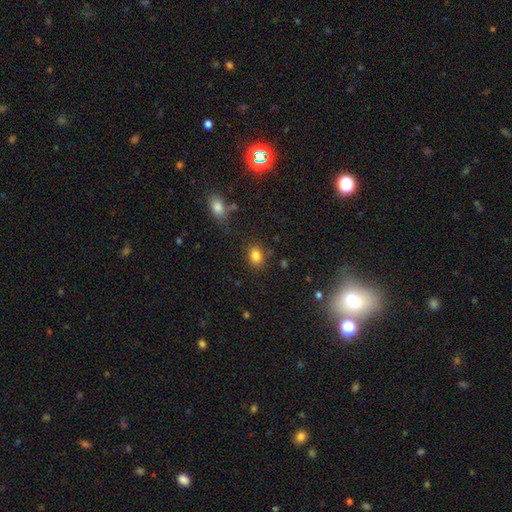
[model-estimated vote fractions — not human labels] Smooth or featured?
  - smooth: 83% *
  - star or artifact: 11%
  - featured or disk: 6%
How rounded?
  - in between: 62% *
  - round: 37%
  - cigar-shaped: 1%
Merging?
  - none: 81% *
  - minor disturbance: 12%
  - major disturbance: 4%
  - merger: 3%